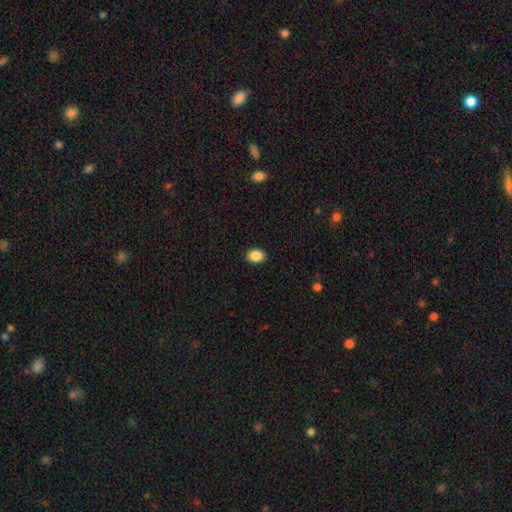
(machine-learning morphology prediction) smooth-or-featured: smooth: 88% | star or artifact: 8% | featured or disk: 4%
  how-rounded: in between: 79% | round: 20% | cigar-shaped: 1%
  merging: none: 89% | minor disturbance: 8% | major disturbance: 2% | merger: 1%